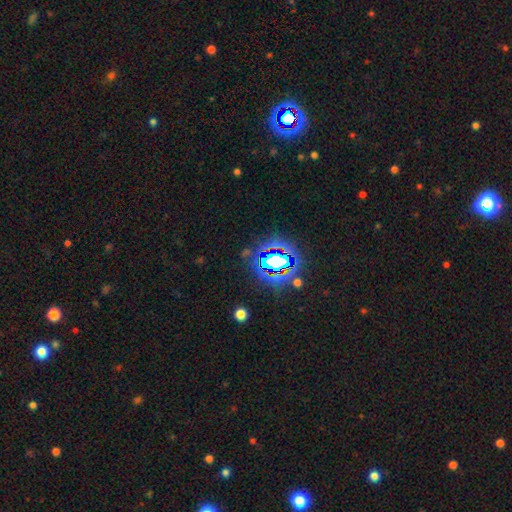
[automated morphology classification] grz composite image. It shows a star or artifact, not a galaxy (80%).